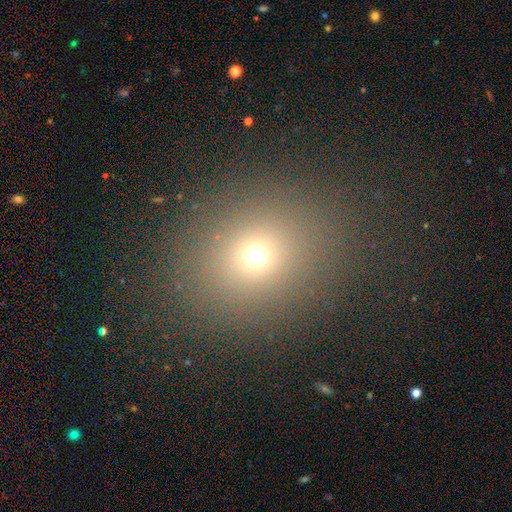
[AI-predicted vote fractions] smooth 66%, star or artifact 24%, featured or disk 10%. Down the decision tree: how rounded — round (69%); merging — none (86%).